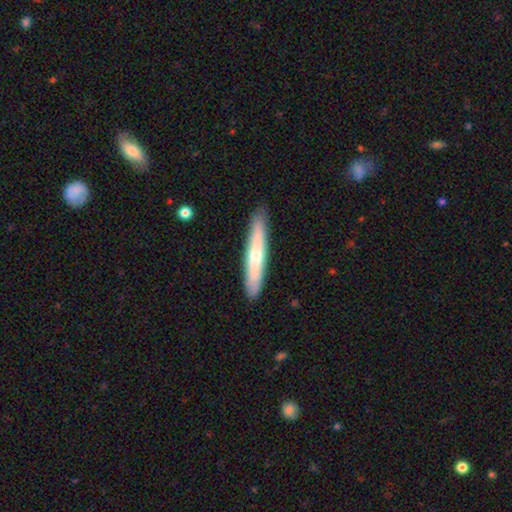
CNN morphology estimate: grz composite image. It shows a smooth galaxy with no disk features (55%) that is cigar-shaped (93%). Merging: none (88%).